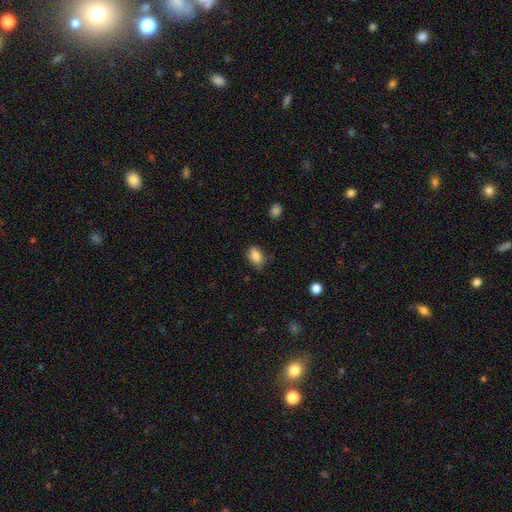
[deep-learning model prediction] Smooth or featured: smooth — 84% (star or artifact — 9%)
How rounded: in between — 83% (round — 15%)
Merging: none — 71% (minor disturbance — 23%)